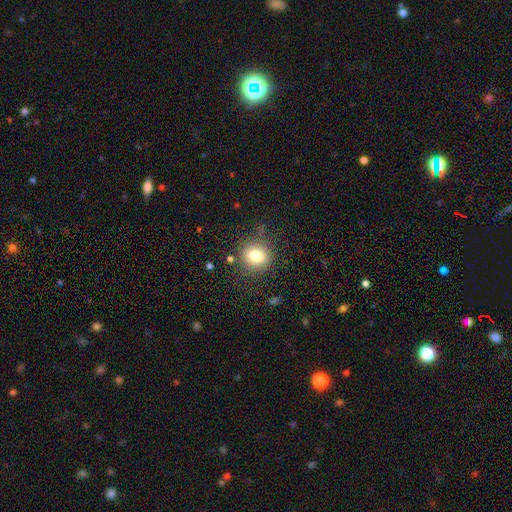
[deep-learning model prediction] A smooth galaxy with no disk features (78%) that is round (83%).

Vote fractions:
- Smooth or featured? smooth: 78% / star or artifact: 12% / featured or disk: 10%
- How rounded? round: 83% / in between: 16% / cigar-shaped: 1%
- Merging? none: 83% / minor disturbance: 11% / major disturbance: 4% / merger: 2%